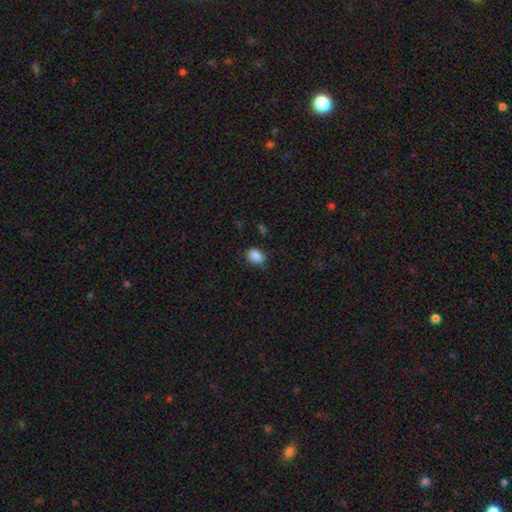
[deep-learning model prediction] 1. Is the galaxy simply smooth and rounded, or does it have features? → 86% smooth, 9% star or artifact, 5% featured or disk.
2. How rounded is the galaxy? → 65% in between, 34% round, 1% cigar-shaped.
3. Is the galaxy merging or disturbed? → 75% none, 20% minor disturbance, 3% major disturbance, 2% merger.